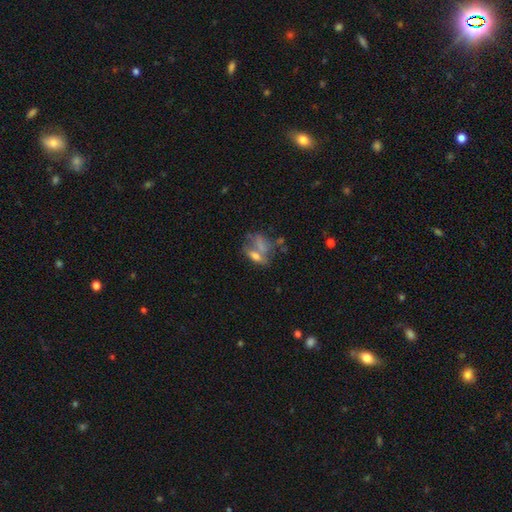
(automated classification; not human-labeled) This appears to be a smooth galaxy with no disk features (55%) that is in between round and cigar-shaped (59%). Merging: merger (36%, tied with none).